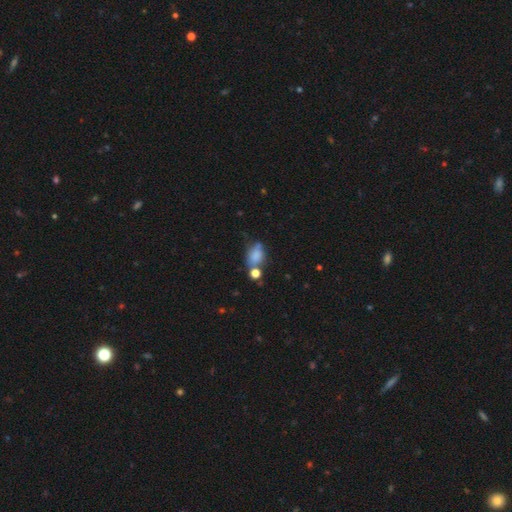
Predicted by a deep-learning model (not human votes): smooth 75%, featured or disk 13%, star or artifact 12%. Down the decision tree: how rounded — in between (78%); merging — none (40%).